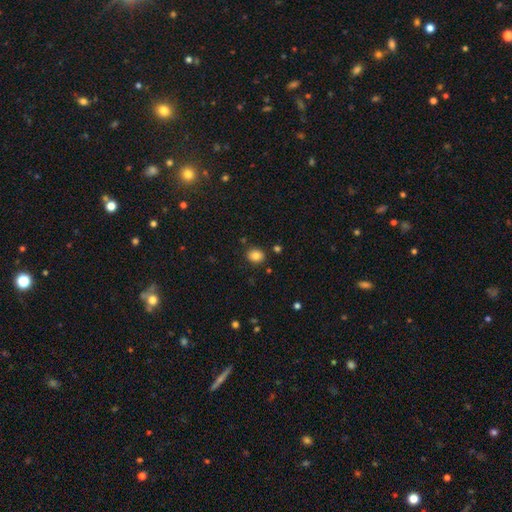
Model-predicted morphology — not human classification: Smooth or featured: smooth — 82% (star or artifact — 11%)
How rounded: round — 64% (in between — 35%)
Merging: none — 86% (minor disturbance — 9%)